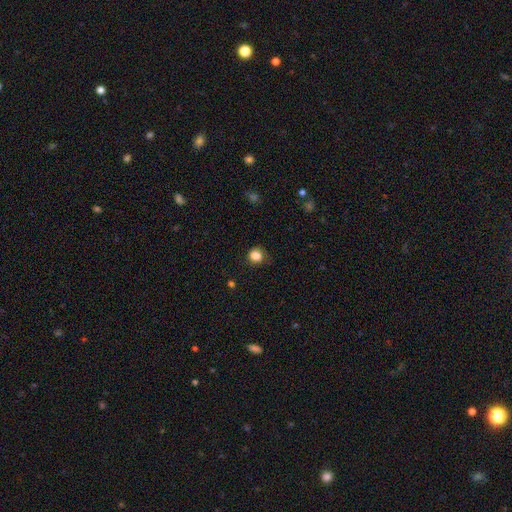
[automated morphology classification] Overall: smooth (84%). How rounded: round (78%). Merging: none (72%).